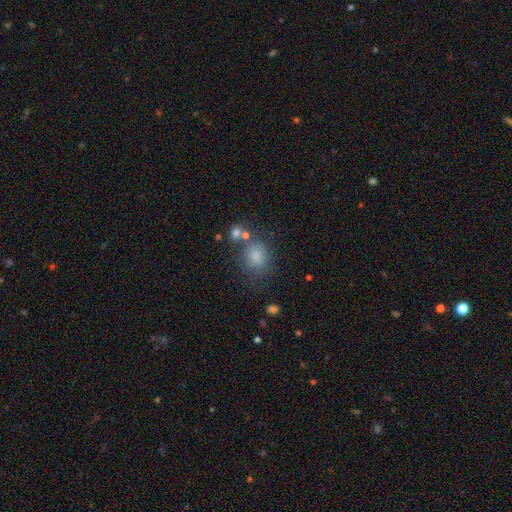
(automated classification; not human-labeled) Smooth or featured: smooth — 71% (star or artifact — 20%)
How rounded: round — 69% (in between — 30%)
Merging: none — 69% (minor disturbance — 13%)